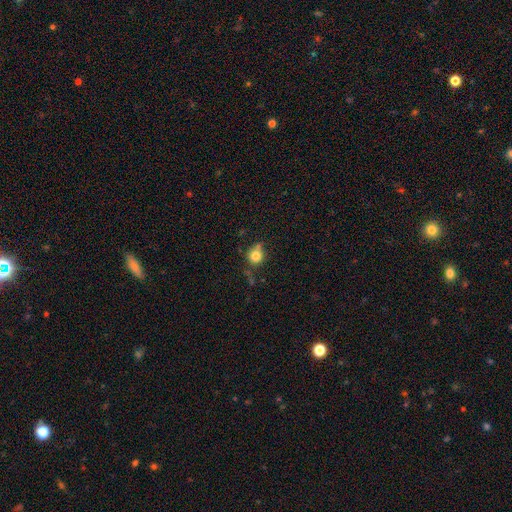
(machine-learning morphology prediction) smooth-or-featured: smooth: 80% | star or artifact: 11% | featured or disk: 8%
  how-rounded: round: 85% | in between: 14% | cigar-shaped: 1%
  merging: none: 63% | minor disturbance: 21% | merger: 9% | major disturbance: 6%